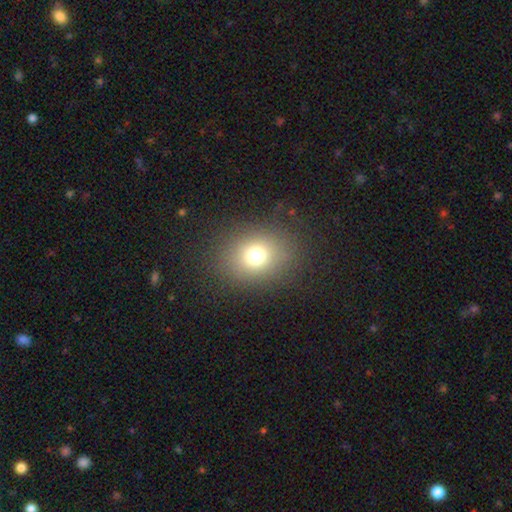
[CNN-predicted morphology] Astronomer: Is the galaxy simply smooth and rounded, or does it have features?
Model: smooth — 73%.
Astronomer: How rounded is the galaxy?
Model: round — 55% (runner-up: in between, 44%).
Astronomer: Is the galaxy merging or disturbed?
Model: none — 83%.